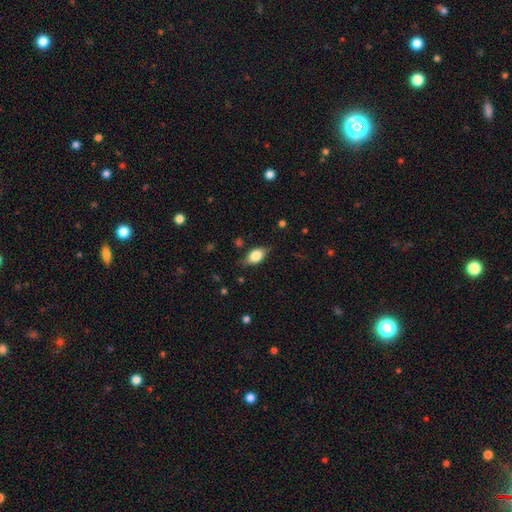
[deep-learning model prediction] Smooth or featured: smooth — 73% (featured or disk — 19%)
How rounded: in between — 83% (round — 12%)
Merging: none — 75% (minor disturbance — 19%)